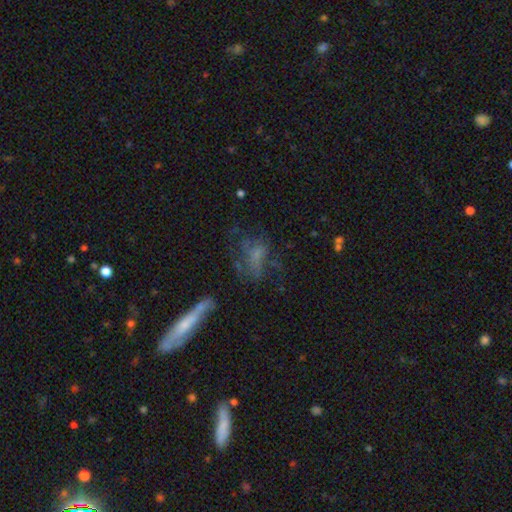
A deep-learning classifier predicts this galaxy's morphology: Smooth or featured? featured or disk (44%)
Merging? none (42%)